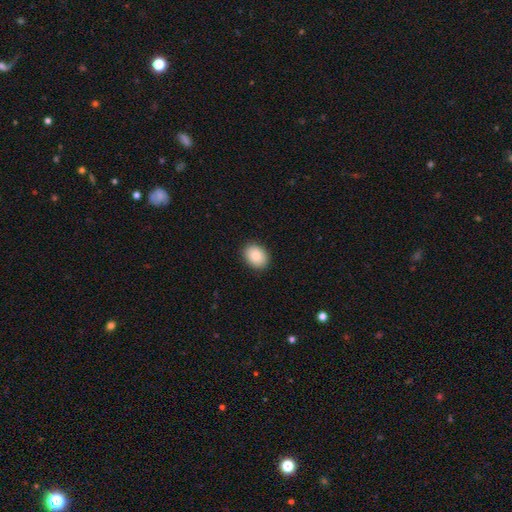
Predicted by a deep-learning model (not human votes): This appears to be a smooth galaxy with no disk features (84%) that is in between round and cigar-shaped (63%). Merging: none (90%).